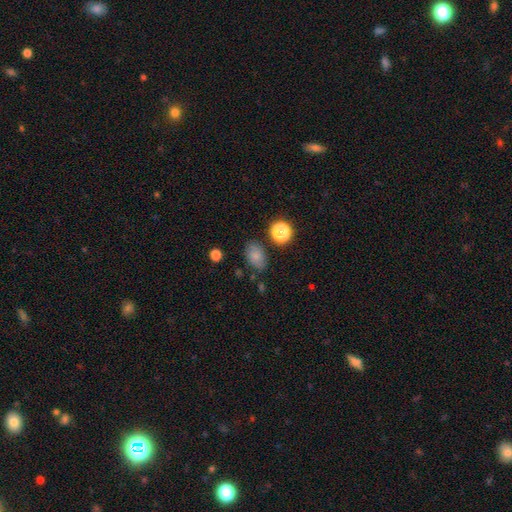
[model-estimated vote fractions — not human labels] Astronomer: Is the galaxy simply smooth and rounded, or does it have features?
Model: smooth — 80%.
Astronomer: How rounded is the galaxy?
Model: in between — 81%.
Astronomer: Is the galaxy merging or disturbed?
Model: none — 78%.